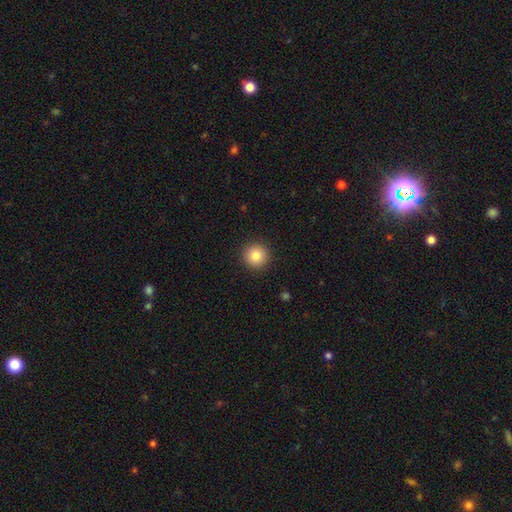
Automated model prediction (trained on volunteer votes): smooth-or-featured: smooth: 83% | star or artifact: 10% | featured or disk: 6%
  how-rounded: round: 95% | in between: 4% | cigar-shaped: 1%
  merging: none: 92% | minor disturbance: 5% | major disturbance: 2% | merger: 1%